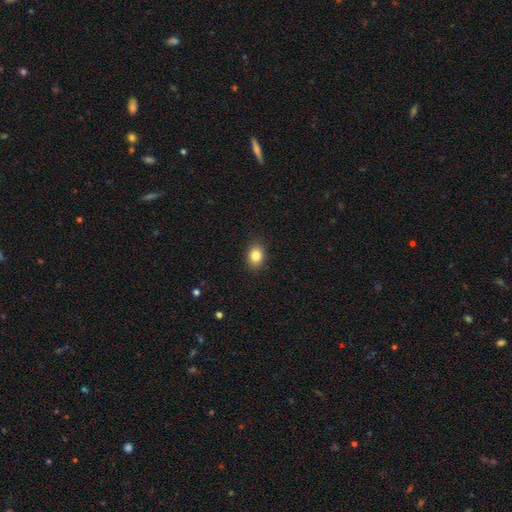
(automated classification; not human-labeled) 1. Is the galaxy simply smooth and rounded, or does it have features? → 84% smooth, 9% star or artifact, 6% featured or disk.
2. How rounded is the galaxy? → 64% in between, 35% round, 1% cigar-shaped.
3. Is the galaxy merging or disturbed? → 89% none, 8% minor disturbance, 2% major disturbance, 1% merger.